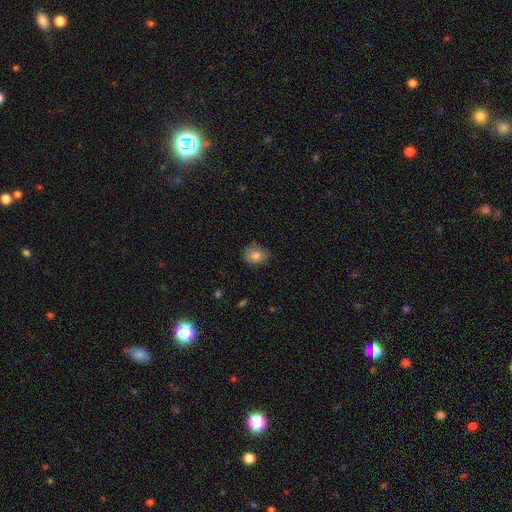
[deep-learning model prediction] Smooth or featured? Predicted: smooth (p=0.79). How rounded? Predicted: round (p=0.57). Merging? Predicted: none (p=0.66).